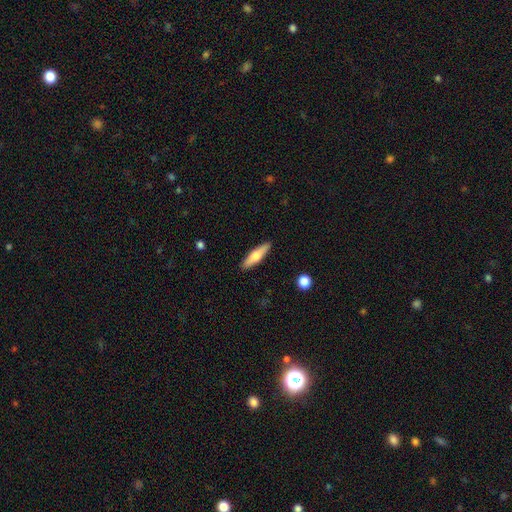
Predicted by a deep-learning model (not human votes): Overall: smooth (58%; featured or disk 36%). How rounded: cigar-shaped (73%). Merging: none (90%).